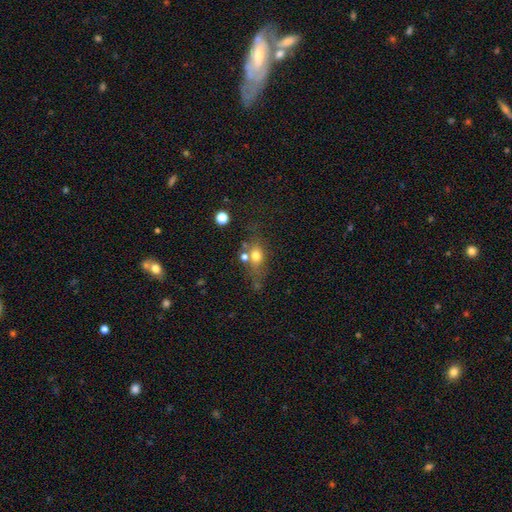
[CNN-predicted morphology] This is likely a smooth galaxy (66%). How rounded: possibly in between (55%). Merging: possibly none (47%).